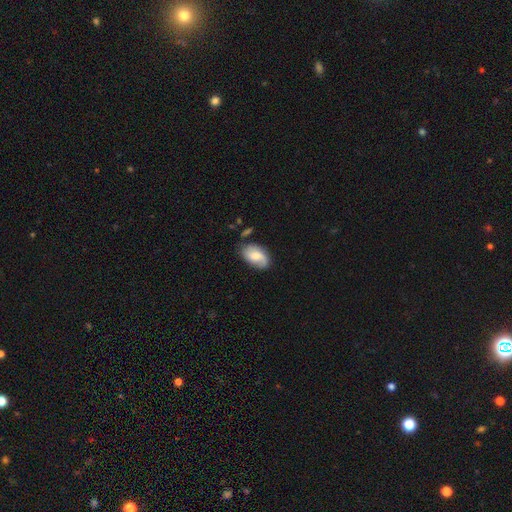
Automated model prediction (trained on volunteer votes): This appears to be a smooth galaxy with no disk features (54%) that is in between round and cigar-shaped (91%). Merging: none (66%).